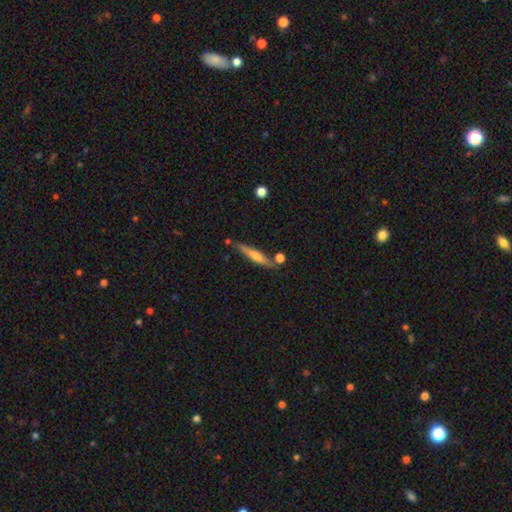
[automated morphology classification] Q: Smooth or featured?
A: featured or disk (50%); runner-up: smooth (43%)
Q: Edge-on disk?
A: yes (94%); runner-up: no (6%)
Q: Merging?
A: none (77%); runner-up: minor disturbance (13%)